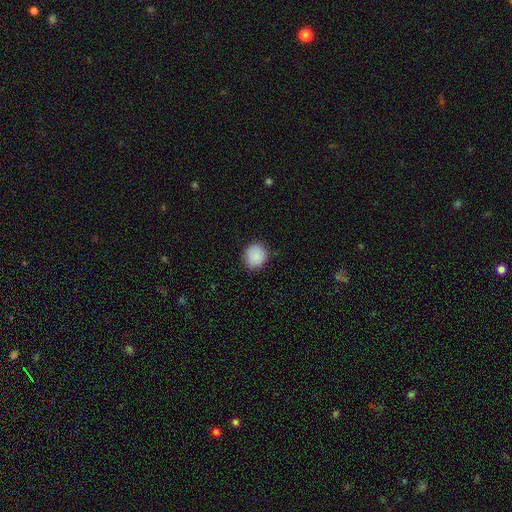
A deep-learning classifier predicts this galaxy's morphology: Smooth or featured? Predicted: smooth (p=0.88). How rounded? Predicted: round (p=0.85). Merging? Predicted: none (p=0.88).